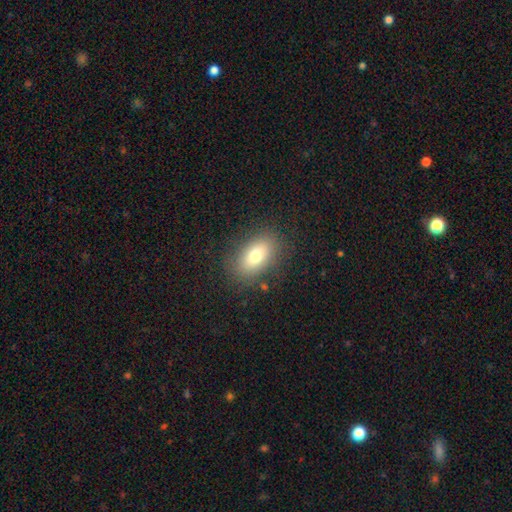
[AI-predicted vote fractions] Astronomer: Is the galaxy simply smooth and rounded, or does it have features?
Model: smooth — 75%.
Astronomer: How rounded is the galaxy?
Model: in between — 85%.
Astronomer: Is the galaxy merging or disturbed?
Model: none — 84%.